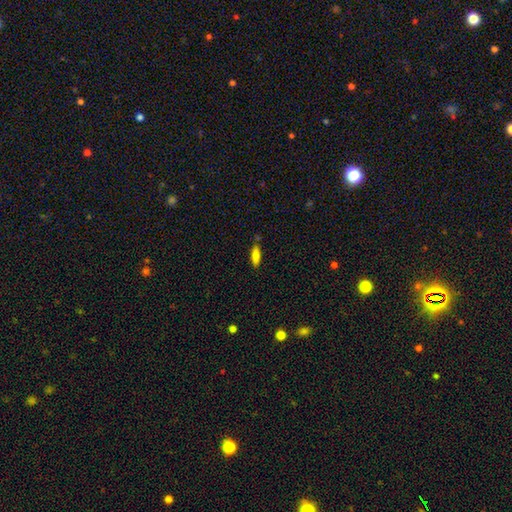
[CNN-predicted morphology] smooth_or_featured: smooth (p=0.81) [alt: featured or disk p=0.11]
how_rounded: in between (p=0.55) [alt: cigar-shaped p=0.43]
merging: none (p=0.80) [alt: minor disturbance p=0.13]